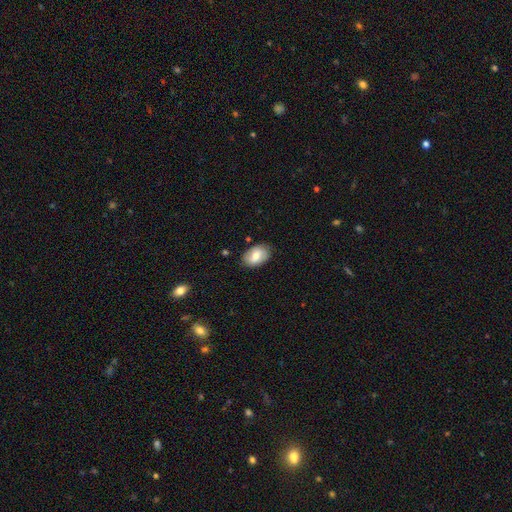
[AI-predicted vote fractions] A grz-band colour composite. It shows a smooth galaxy with no disk features (66%) that is in between round and cigar-shaped (86%). Merging: none (81%).